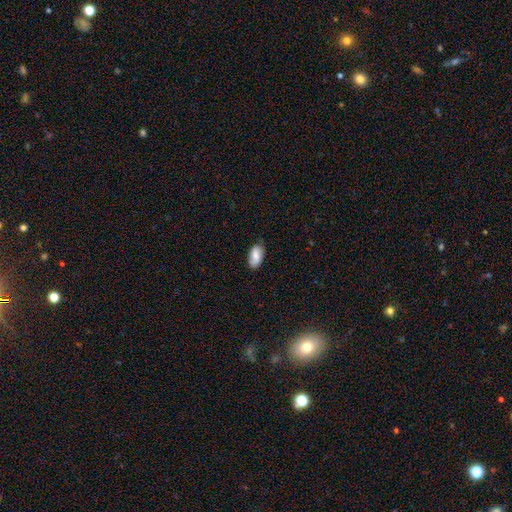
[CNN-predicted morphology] smooth_or_featured: smooth (p=0.80) [alt: featured or disk p=0.14]
how_rounded: in between (p=0.94) [alt: round p=0.03]
merging: none (p=0.75) [alt: minor disturbance p=0.20]